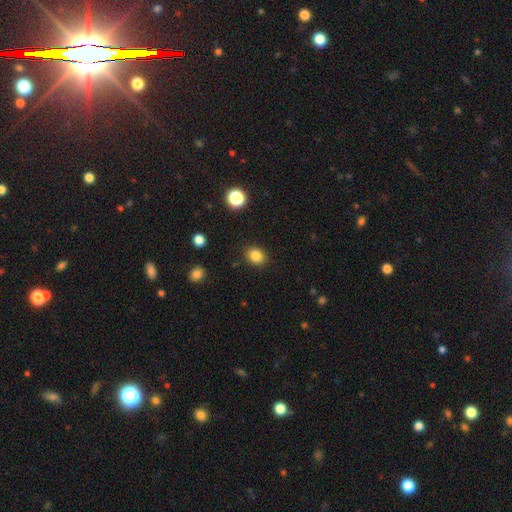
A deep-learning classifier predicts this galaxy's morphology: A smooth galaxy with no disk features (84%) that is round (54%).

Vote fractions:
- Smooth or featured? smooth: 84% / star or artifact: 11% / featured or disk: 5%
- How rounded? round: 54% / in between: 45% / cigar-shaped: 1%
- Merging? none: 88% / minor disturbance: 8% / major disturbance: 2% / merger: 1%